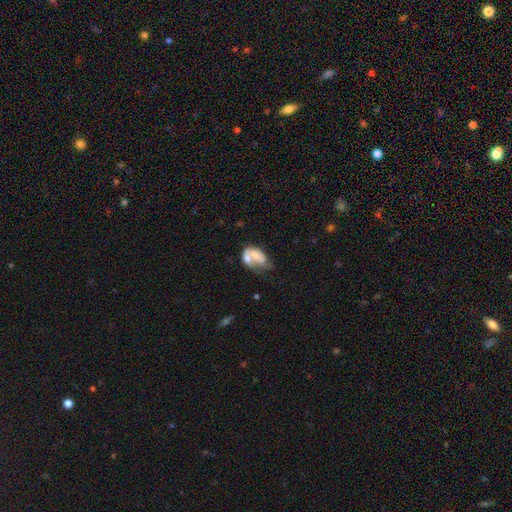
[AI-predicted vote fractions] A smooth galaxy with no disk features (51%) that is in between round and cigar-shaped (87%).

Vote fractions:
- Smooth or featured? smooth: 51% / featured or disk: 41% / star or artifact: 8%
- How rounded? in between: 87% / round: 11% / cigar-shaped: 2%
- Merging? merger: 46% / major disturbance: 20% / none: 19% / minor disturbance: 15%